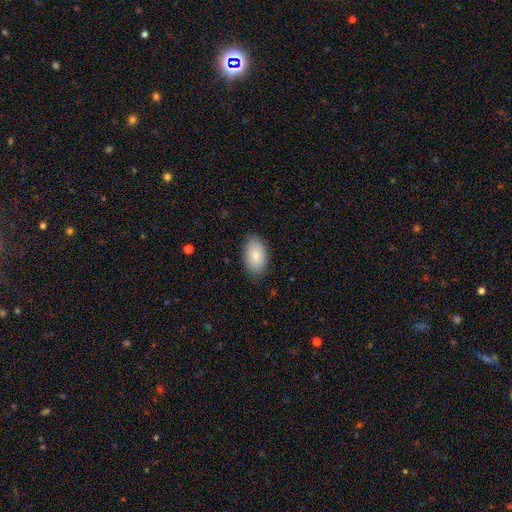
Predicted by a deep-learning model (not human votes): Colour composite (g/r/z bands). It shows a smooth galaxy with no disk features (84%) that is in between round and cigar-shaped (94%). Merging: none (84%).